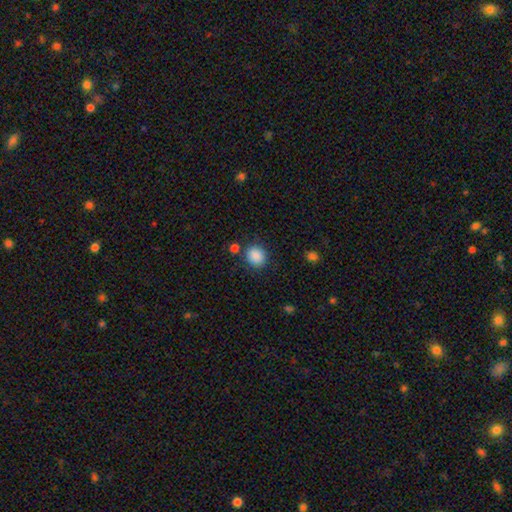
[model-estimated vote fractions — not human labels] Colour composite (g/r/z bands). It shows a smooth galaxy with no disk features (88%) that is round (75%). Merging: none (82%).